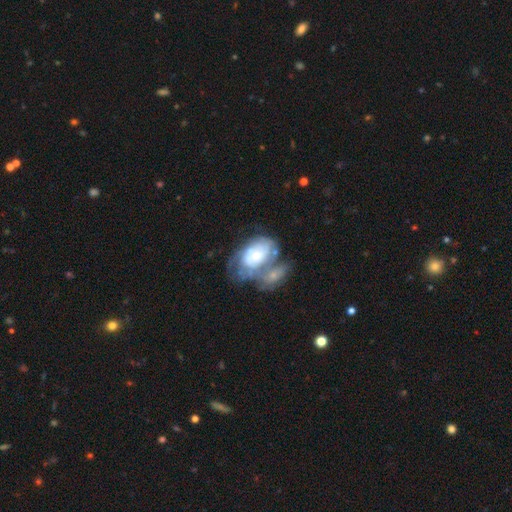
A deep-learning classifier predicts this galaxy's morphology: A featured or disk galaxy (61%) with no bar (80%), spiral arms (60%) and a small central bulge (44%).

Vote fractions:
- Smooth or featured? featured or disk: 61% / smooth: 32% / star or artifact: 7%
- Edge-on disk? no: 96% / yes: 4%
- Bar? no: 80% / weak: 16% / strong: 4%
- Spiral arms? yes: 60% / no: 40%
- Bulge size? small: 44% / moderate: 34% / large: 13% / none: 7% / dominant: 3%
- Merging? merger: 45% / major disturbance: 20% / none: 20% / minor disturbance: 15%